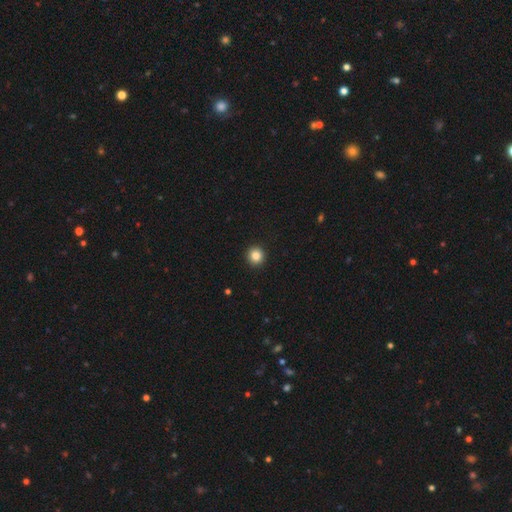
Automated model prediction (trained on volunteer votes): Smooth or featured?
  - smooth: 85% *
  - star or artifact: 10%
  - featured or disk: 5%
How rounded?
  - round: 94% *
  - in between: 5%
  - cigar-shaped: 1%
Merging?
  - none: 94% *
  - minor disturbance: 4%
  - major disturbance: 1%
  - merger: 1%